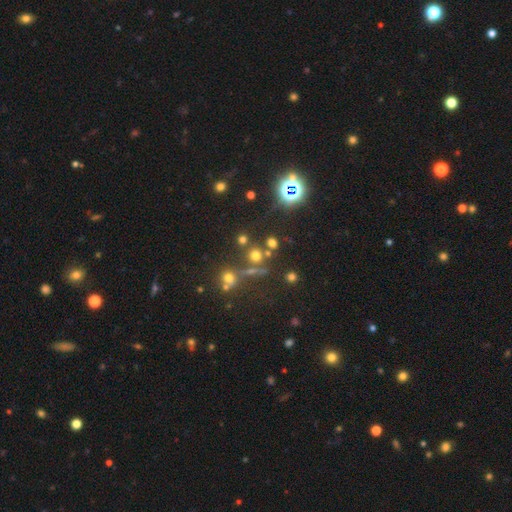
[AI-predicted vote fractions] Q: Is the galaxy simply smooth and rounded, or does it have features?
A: smooth — 55%.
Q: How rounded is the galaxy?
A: round — 88%.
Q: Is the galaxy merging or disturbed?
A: none — 70%.